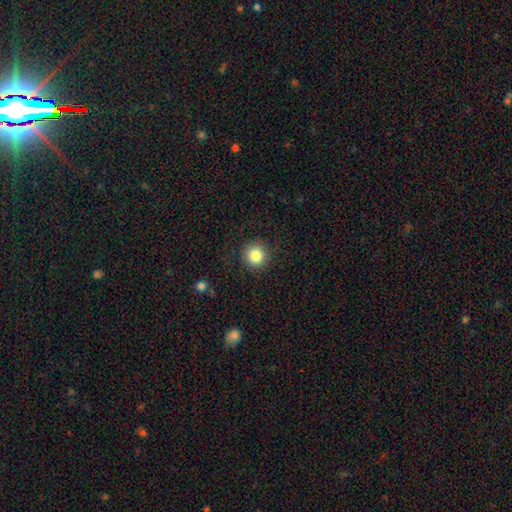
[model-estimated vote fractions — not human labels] Q: Smooth or featured?
A: smooth (85%); runner-up: star or artifact (10%)
Q: How rounded?
A: round (95%); runner-up: in between (4%)
Q: Merging?
A: none (90%); runner-up: minor disturbance (6%)